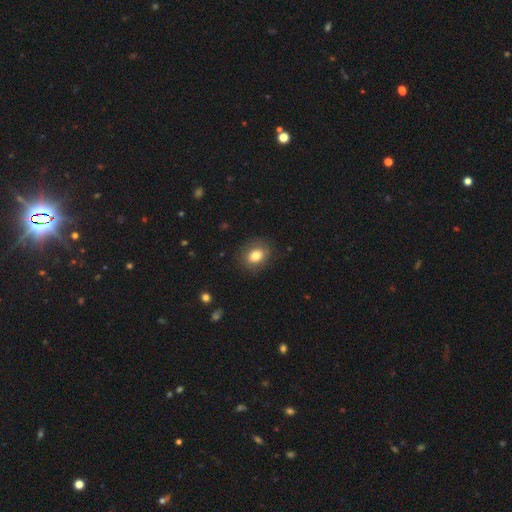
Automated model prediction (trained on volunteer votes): smooth-or-featured: smooth: 79% | featured or disk: 12% | star or artifact: 9%
  how-rounded: in between: 53% | round: 46% | cigar-shaped: 1%
  merging: none: 82% | minor disturbance: 13% | major disturbance: 4% | merger: 1%